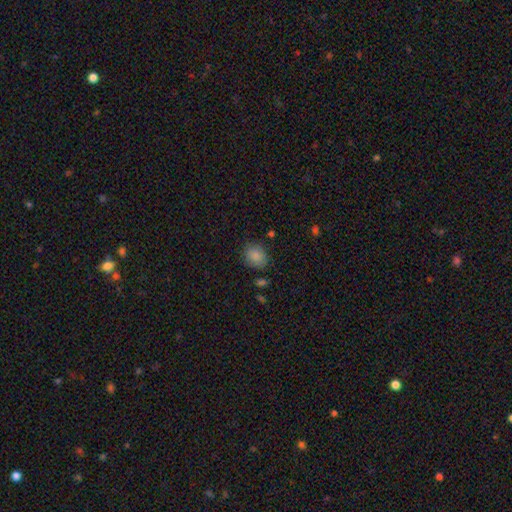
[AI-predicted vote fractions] Q: Smooth or featured?
A: smooth (86%); runner-up: star or artifact (9%)
Q: How rounded?
A: round (64%); runner-up: in between (35%)
Q: Merging?
A: none (79%); runner-up: minor disturbance (14%)